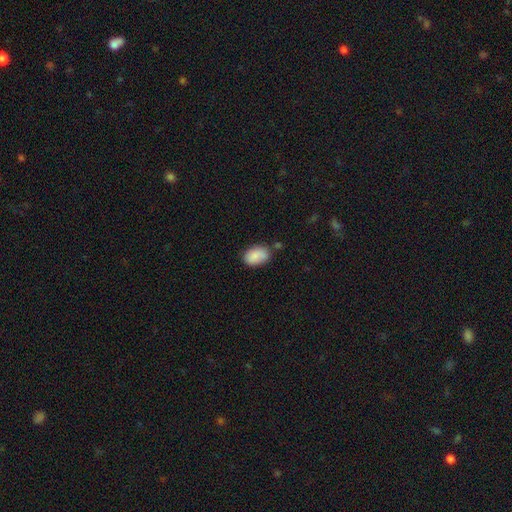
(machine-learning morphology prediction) type=smooth (87%); roundness=in between (88%); merging=none (62%).